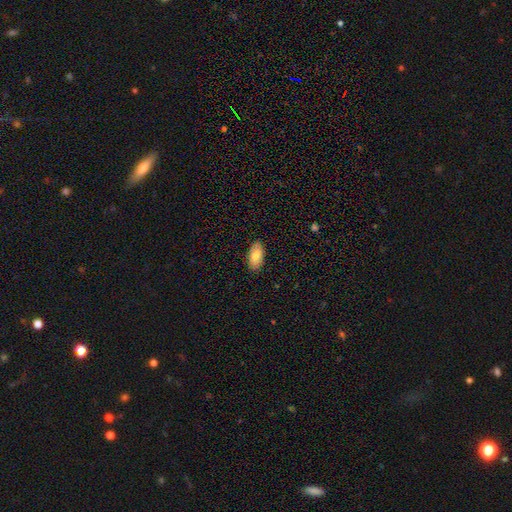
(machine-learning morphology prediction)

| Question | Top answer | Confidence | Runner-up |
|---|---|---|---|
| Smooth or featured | smooth | 79% | featured or disk (14%) |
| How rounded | in between | 92% | cigar-shaped (5%) |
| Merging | none | 88% | minor disturbance (10%) |